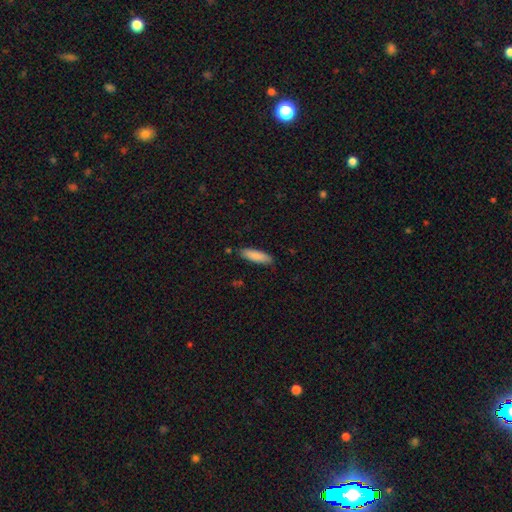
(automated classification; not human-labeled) A smooth galaxy with no disk features (86%) that is cigar-shaped (59%). Merging: none (84%).